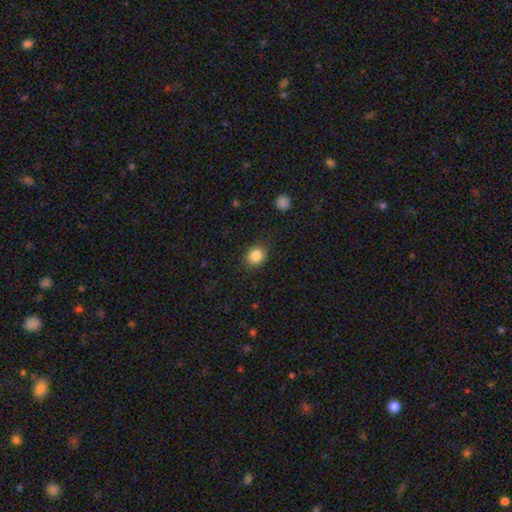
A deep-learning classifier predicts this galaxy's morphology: Smooth or featured?
  - smooth: 85% *
  - star or artifact: 10%
  - featured or disk: 5%
How rounded?
  - round: 71% *
  - in between: 28%
  - cigar-shaped: 1%
Merging?
  - none: 87% *
  - minor disturbance: 9%
  - major disturbance: 3%
  - merger: 1%